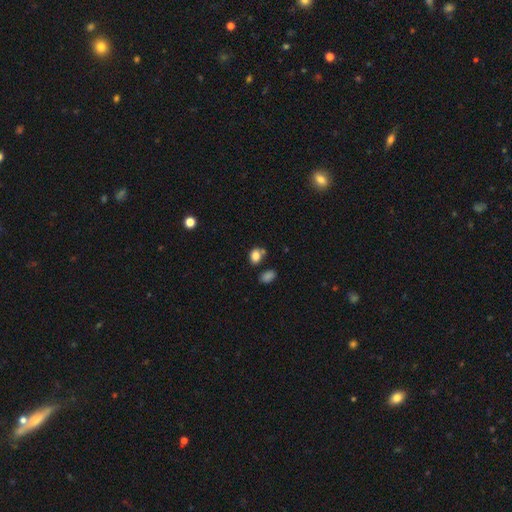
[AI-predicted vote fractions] A smooth galaxy with no disk features (84%) that is in between round and cigar-shaped (64%). Merging: none (60%).